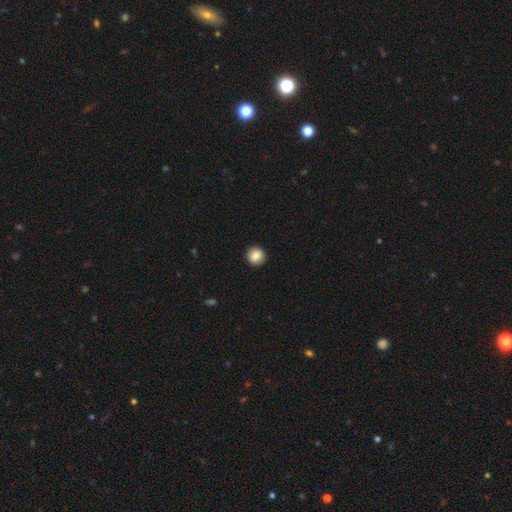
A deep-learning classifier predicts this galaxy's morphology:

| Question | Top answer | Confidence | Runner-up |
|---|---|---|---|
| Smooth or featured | smooth | 86% | star or artifact (8%) |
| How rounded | round | 93% | in between (6%) |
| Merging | none | 92% | minor disturbance (5%) |